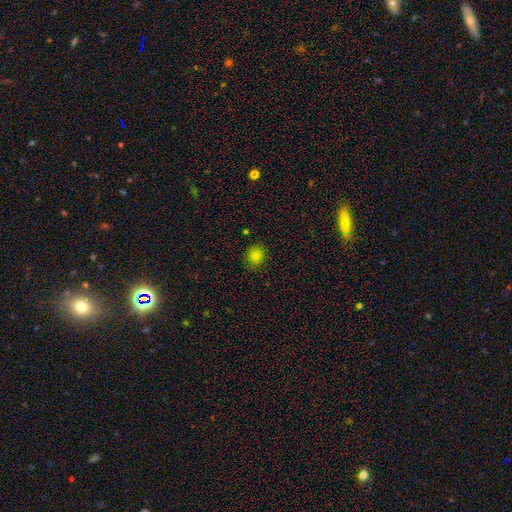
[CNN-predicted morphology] Q: Smooth or featured?
A: smooth (82%); runner-up: star or artifact (14%)
Q: How rounded?
A: round (76%); runner-up: in between (23%)
Q: Merging?
A: none (86%); runner-up: minor disturbance (11%)